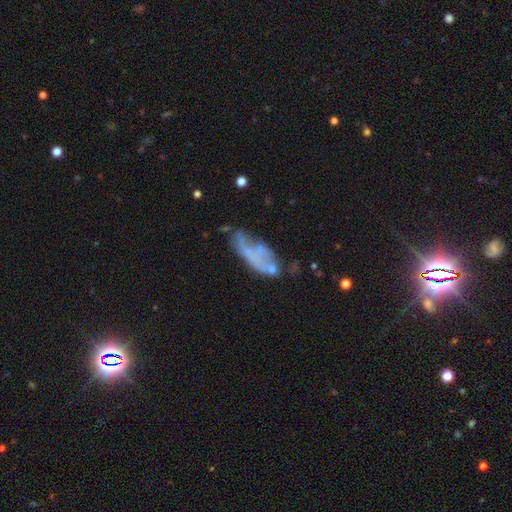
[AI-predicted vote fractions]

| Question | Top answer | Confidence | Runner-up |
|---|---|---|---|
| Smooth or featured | featured or disk | 50% | smooth (38%) |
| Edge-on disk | no | 89% | yes (11%) |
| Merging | none | 37% | minor disturbance (25%) |